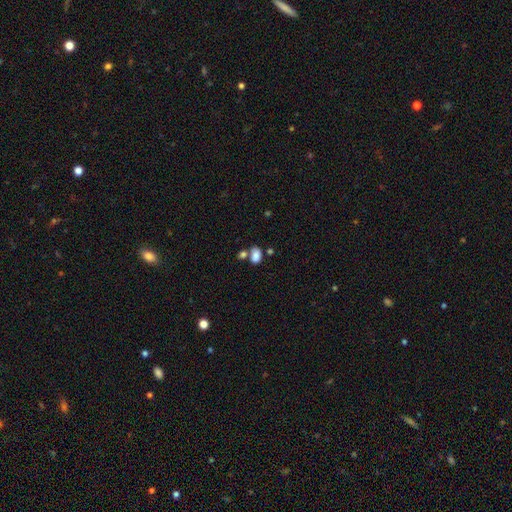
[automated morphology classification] The model was most divided on "merging": none: 47%, merger: 34%, minor disturbance: 14%, major disturbance: 5%. More confident: how rounded — in between (88%); smooth or featured — smooth (83%).